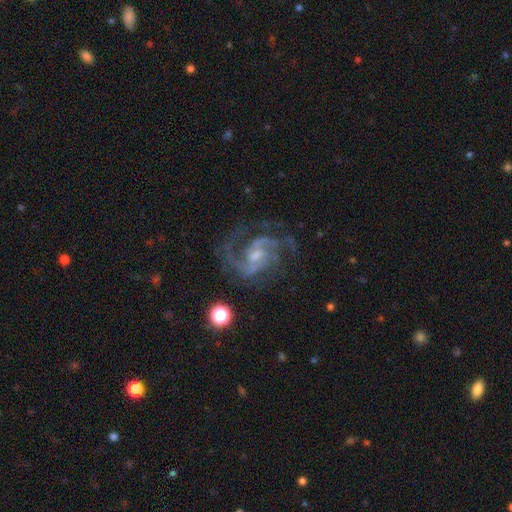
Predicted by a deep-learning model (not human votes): smooth_or_featured: featured or disk (p=0.90) [alt: star or artifact p=0.06]
disk_edge_on: no (p=0.98) [alt: yes p=0.02]
bar: weak (p=0.52) [alt: no p=0.34]
has_spiral_arms: yes (p=0.98) [alt: no p=0.02]
spiral_winding: medium (p=0.59) [alt: tight p=0.22]
spiral_arm_count: 2 (p=0.65) [alt: 3 p=0.16]
bulge_size: small (p=0.53) [alt: moderate p=0.36]
merging: none (p=0.68) [alt: minor disturbance p=0.16]